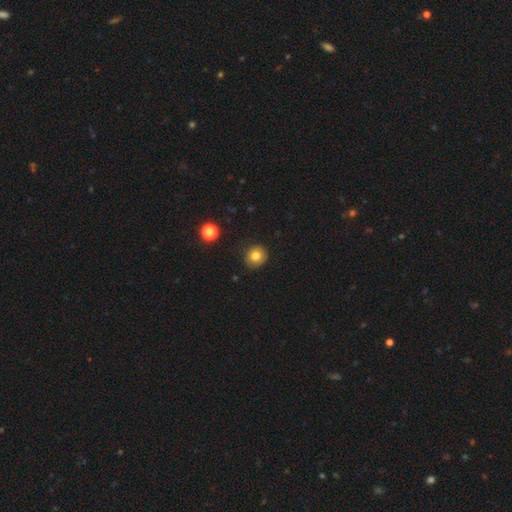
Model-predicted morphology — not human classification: Smooth or featured: smooth — 80% (star or artifact — 11%)
How rounded: round — 88% (in between — 11%)
Merging: none — 89% (minor disturbance — 8%)